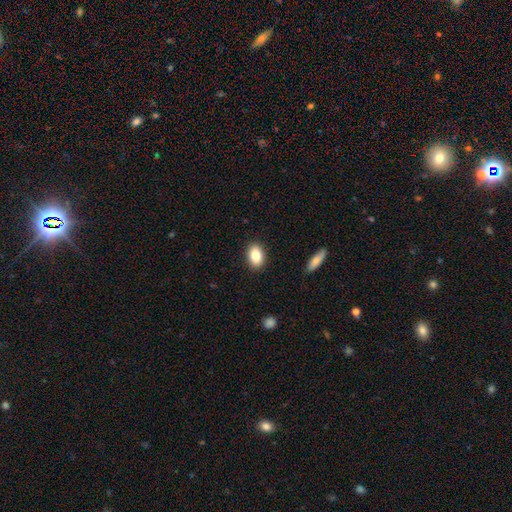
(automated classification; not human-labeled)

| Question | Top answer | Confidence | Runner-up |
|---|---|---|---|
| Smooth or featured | smooth | 84% | featured or disk (9%) |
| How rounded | in between | 84% | round (15%) |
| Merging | none | 89% | minor disturbance (8%) |